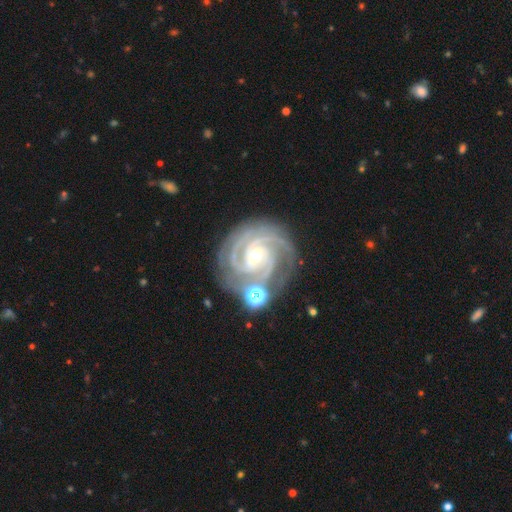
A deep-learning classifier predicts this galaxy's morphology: smooth_or_featured: featured or disk (p=0.93) [alt: star or artifact p=0.05]
disk_edge_on: no (p=0.98) [alt: yes p=0.02]
bar: no (p=0.49) [alt: weak p=0.34]
has_spiral_arms: yes (p=0.99) [alt: no p=0.01]
spiral_winding: tight (p=0.76) [alt: medium p=0.22]
spiral_arm_count: 3 (p=0.48) [alt: 4 p=0.24]
bulge_size: small (p=0.52) [alt: moderate p=0.45]
merging: none (p=0.73) [alt: minor disturbance p=0.15]